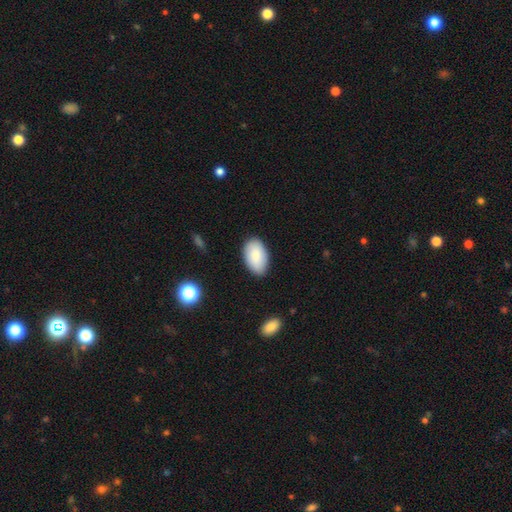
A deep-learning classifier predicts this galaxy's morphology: A smooth galaxy with no disk features (84%) that is in between round and cigar-shaped (94%).

Vote fractions:
- Smooth or featured? smooth: 84% / featured or disk: 9% / star or artifact: 6%
- How rounded? in between: 94% / round: 5% / cigar-shaped: 1%
- Merging? none: 85% / minor disturbance: 11% / major disturbance: 2% / merger: 1%